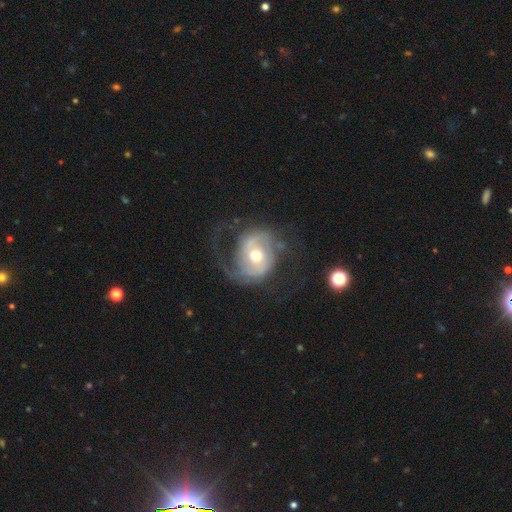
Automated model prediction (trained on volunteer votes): Smooth or featured? Predicted: featured or disk (p=0.77). Edge-on disk? Predicted: no (p=0.97). Bar? Predicted: no (p=0.58). Spiral arms? Predicted: yes (p=0.86). Spiral winding? Predicted: medium (p=0.43). Spiral arm count? Predicted: 2 (p=0.68). Bulge size? Predicted: moderate (p=0.74). Merging? Predicted: none (p=0.51).